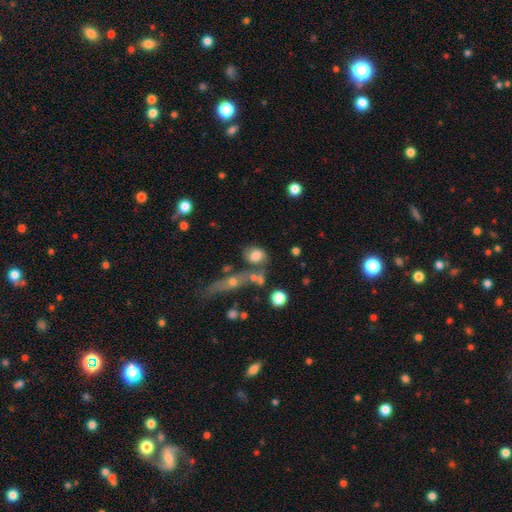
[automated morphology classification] A smooth galaxy with no disk features (69%) that is in between round and cigar-shaped (57%).

Vote fractions:
- Smooth or featured? smooth: 69% / featured or disk: 21% / star or artifact: 10%
- How rounded? in between: 57% / round: 40% / cigar-shaped: 3%
- Merging? none: 47% / merger: 23% / minor disturbance: 20% / major disturbance: 10%